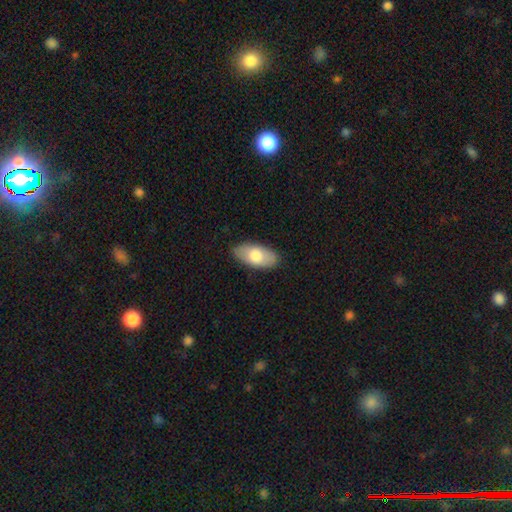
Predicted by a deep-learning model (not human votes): Q: Smooth or featured?
A: smooth (73%); runner-up: featured or disk (22%)
Q: How rounded?
A: in between (93%); runner-up: cigar-shaped (4%)
Q: Merging?
A: none (87%); runner-up: minor disturbance (10%)